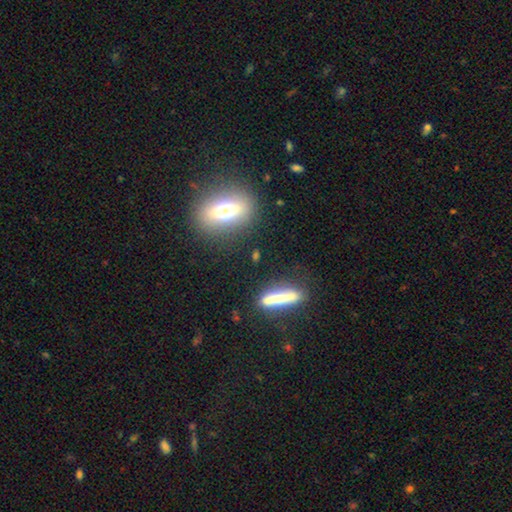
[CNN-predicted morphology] A smooth galaxy with no disk features (56%) that is cigar-shaped (58%).

Vote fractions:
- Smooth or featured? smooth: 56% / featured or disk: 31% / star or artifact: 13%
- How rounded? cigar-shaped: 58% / in between: 30% / round: 13%
- Merging? none: 77% / minor disturbance: 12% / merger: 6% / major disturbance: 5%